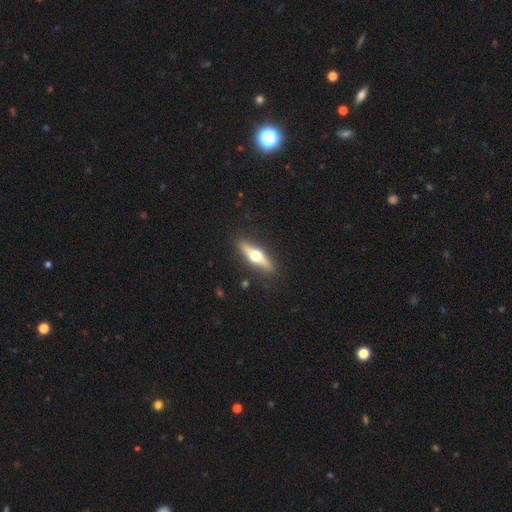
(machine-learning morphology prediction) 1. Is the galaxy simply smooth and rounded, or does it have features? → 66% featured or disk, 29% smooth, 6% star or artifact.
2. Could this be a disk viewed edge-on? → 95% yes, 5% no.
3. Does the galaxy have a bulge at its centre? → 97% rounded, 2% boxy, 1% none.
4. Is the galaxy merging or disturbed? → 89% none, 8% minor disturbance, 2% major disturbance, 1% merger.